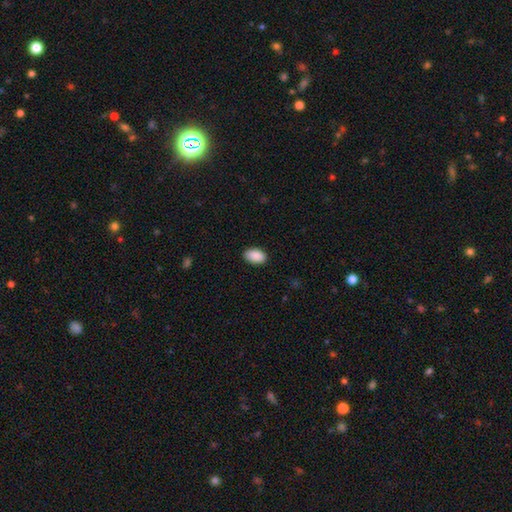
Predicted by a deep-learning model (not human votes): Smooth or featured?
  - smooth: 90% *
  - star or artifact: 7%
  - featured or disk: 3%
How rounded?
  - in between: 91% *
  - round: 7%
  - cigar-shaped: 1%
Merging?
  - none: 87% *
  - minor disturbance: 10%
  - major disturbance: 2%
  - merger: 1%